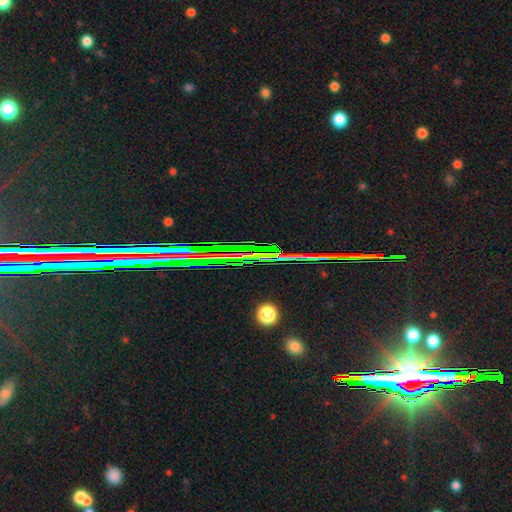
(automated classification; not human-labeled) Overall: star or artifact (84%).